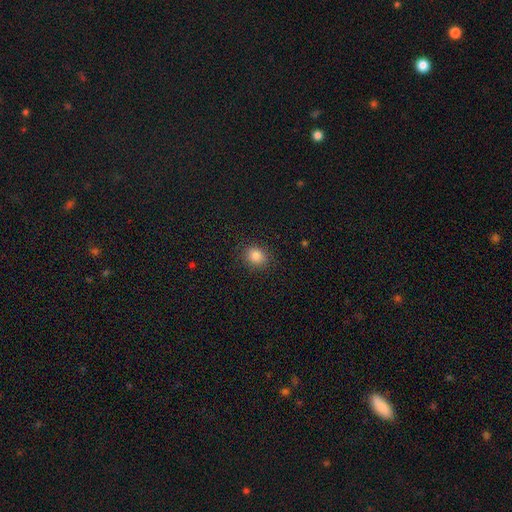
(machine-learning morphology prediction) smooth 85%, star or artifact 11%, featured or disk 4%. Down the decision tree: how rounded — round (69%); merging — none (88%).